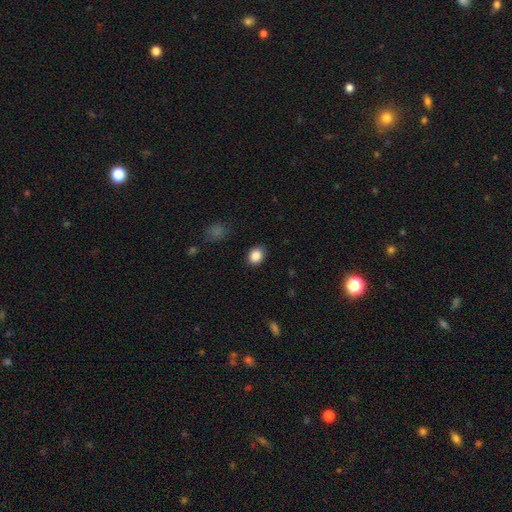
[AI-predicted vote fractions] smooth 87%, star or artifact 9%, featured or disk 4%. Down the decision tree: how rounded — in between (53%); merging — none (87%).